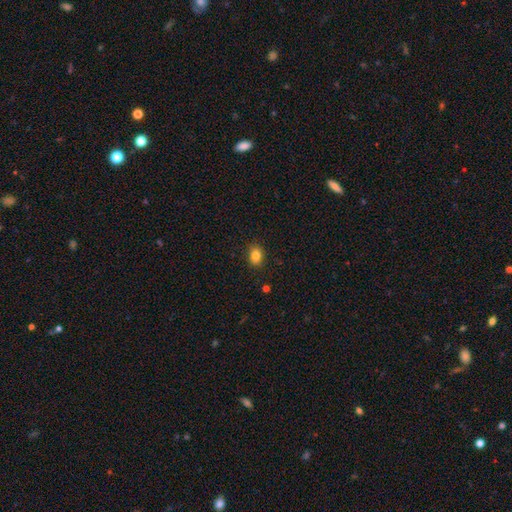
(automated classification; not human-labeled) A smooth galaxy with no disk features (84%) that is in between round and cigar-shaped (68%).

Vote fractions:
- Smooth or featured? smooth: 84% / star or artifact: 10% / featured or disk: 6%
- How rounded? in between: 68% / round: 31% / cigar-shaped: 1%
- Merging? none: 88% / minor disturbance: 9% / major disturbance: 2% / merger: 1%